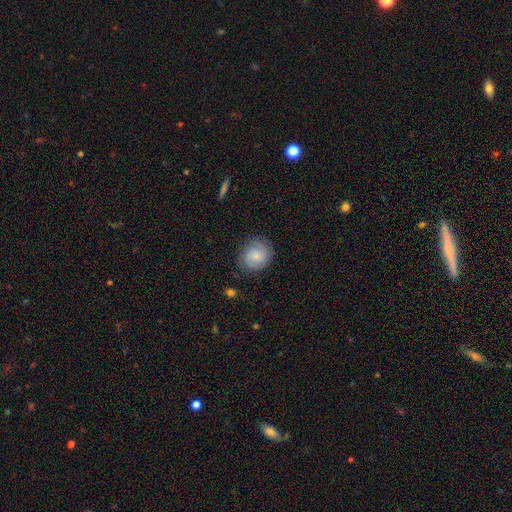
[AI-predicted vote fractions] This appears to be a smooth galaxy with no disk features (48%). Merging: none (83%).